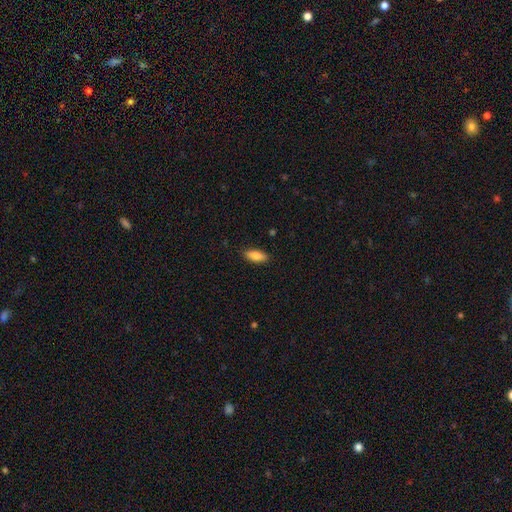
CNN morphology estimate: smooth 85%, featured or disk 9%, star or artifact 6%. Down the decision tree: how rounded — in between (80%); merging — none (88%).